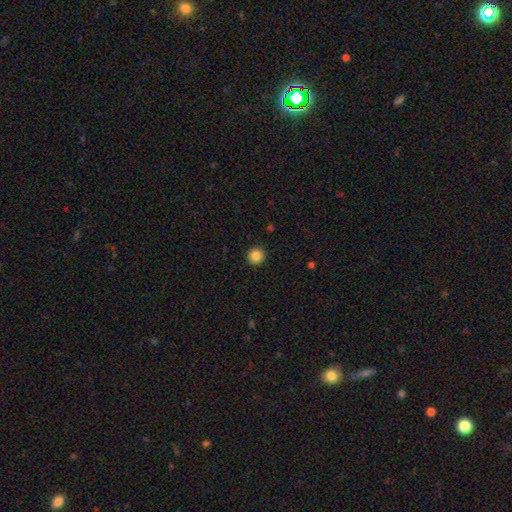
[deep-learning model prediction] Overall: smooth (85%). How rounded: round (95%). Merging: none (93%).